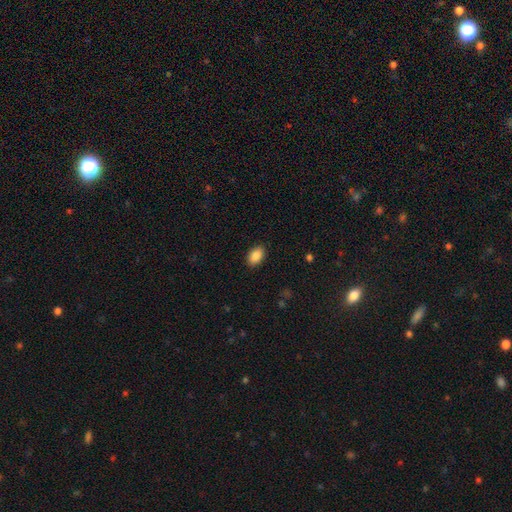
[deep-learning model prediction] Smooth or featured?
  - smooth: 89% *
  - star or artifact: 8%
  - featured or disk: 4%
How rounded?
  - in between: 91% *
  - round: 8%
  - cigar-shaped: 1%
Merging?
  - none: 89% *
  - minor disturbance: 8%
  - major disturbance: 2%
  - merger: 1%